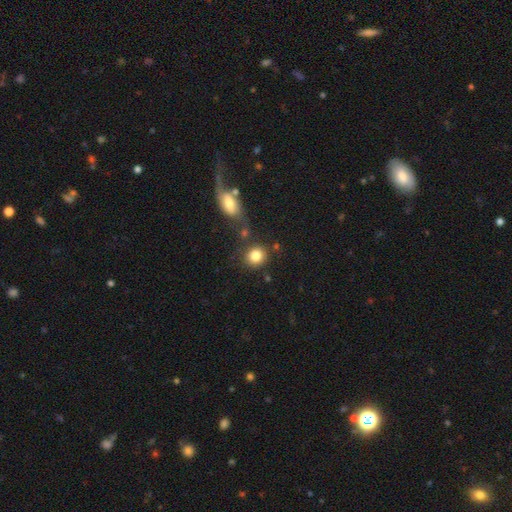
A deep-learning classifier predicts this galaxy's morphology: Smooth or featured: smooth — 84% (star or artifact — 9%)
How rounded: round — 79% (in between — 20%)
Merging: none — 73% (merger — 13%)